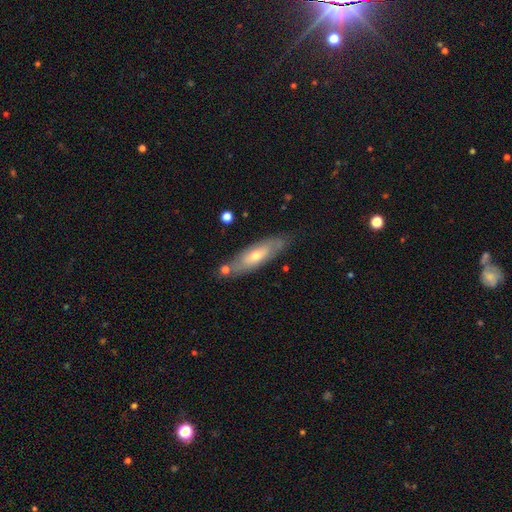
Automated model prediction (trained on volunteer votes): featured or disk 51%, smooth 43%, star or artifact 6%. Down the decision tree: edge-on disk — no (63%); merging — none (75%).